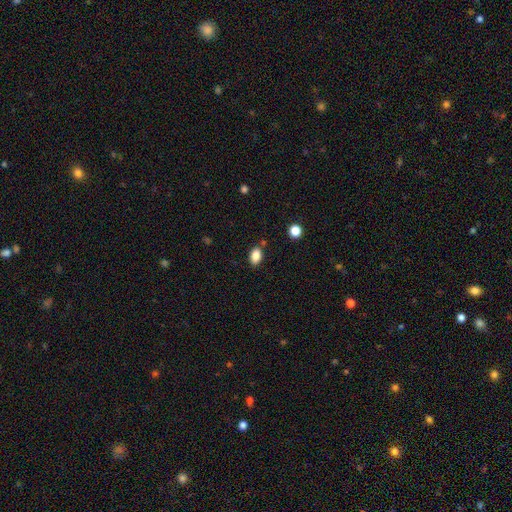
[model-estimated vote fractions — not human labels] This is clearly a smooth galaxy (86%). How rounded: clearly in between (87%). Merging: clearly none (81%).